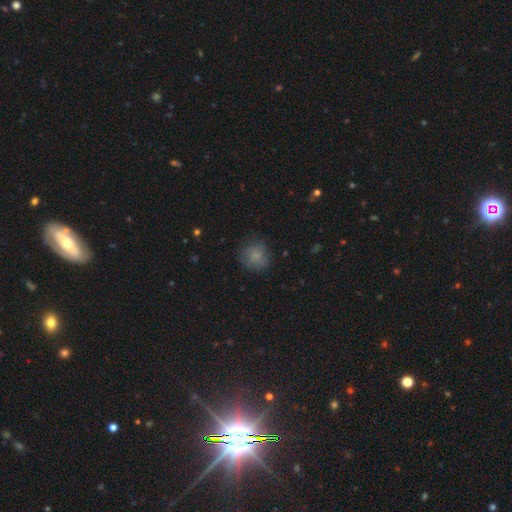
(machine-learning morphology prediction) A smooth galaxy with no disk features (79%) that is round (85%).

Vote fractions:
- Smooth or featured? smooth: 79% / star or artifact: 11% / featured or disk: 10%
- How rounded? round: 85% / in between: 14% / cigar-shaped: 1%
- Merging? none: 72% / minor disturbance: 20% / major disturbance: 7% / merger: 2%